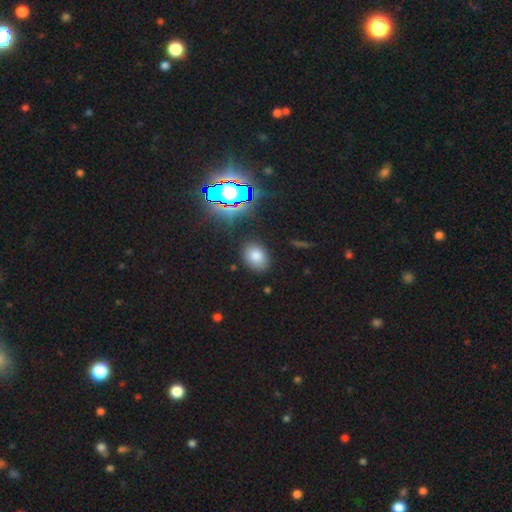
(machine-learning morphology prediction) Smooth or featured? Predicted: smooth (p=0.77). How rounded? Predicted: in between (p=0.75). Merging? Predicted: none (p=0.83).